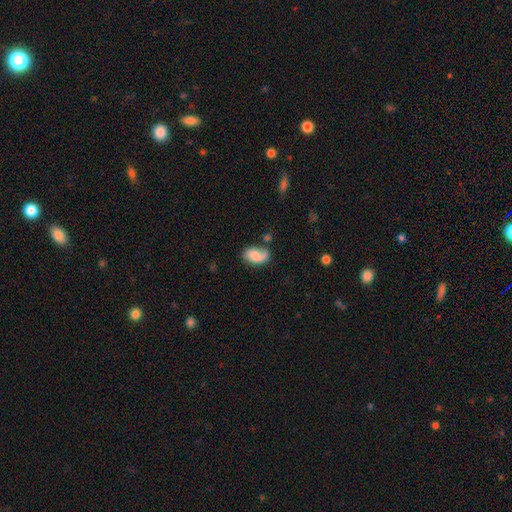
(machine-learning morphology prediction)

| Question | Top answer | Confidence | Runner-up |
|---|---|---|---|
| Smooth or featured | smooth | 63% | featured or disk (29%) |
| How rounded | in between | 88% | round (10%) |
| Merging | none | 47% | minor disturbance (27%) |